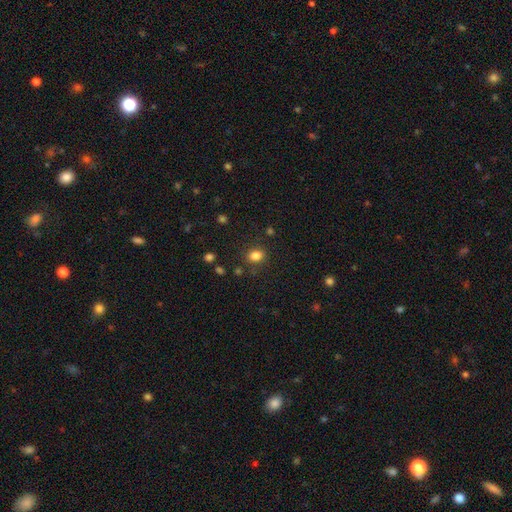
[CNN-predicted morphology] This appears to be a smooth galaxy with no disk features (83%) that is in between round and cigar-shaped (60%). Merging: none (83%).